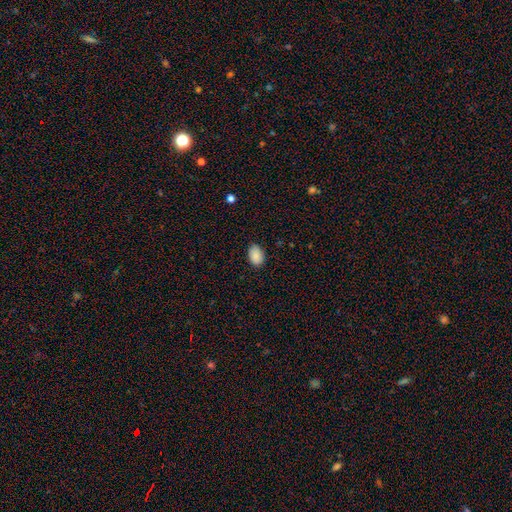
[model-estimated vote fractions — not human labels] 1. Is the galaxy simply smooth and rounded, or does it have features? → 88% smooth, 8% star or artifact, 5% featured or disk.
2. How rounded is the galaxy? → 85% in between, 14% round, 1% cigar-shaped.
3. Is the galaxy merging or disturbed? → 83% none, 14% minor disturbance, 2% major disturbance, 1% merger.